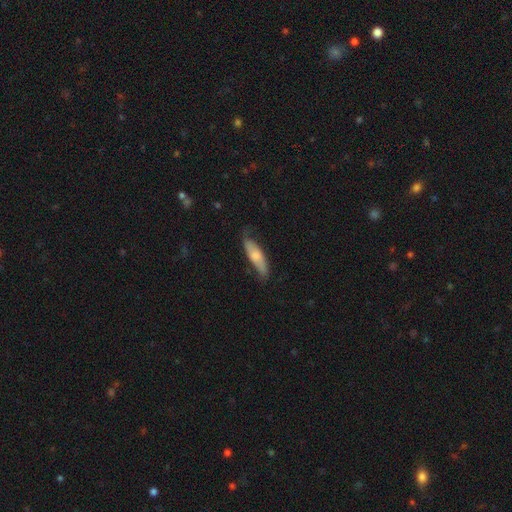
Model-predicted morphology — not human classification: A smooth galaxy with no disk features (64%) that is cigar-shaped (53%). Merging: none (64%).